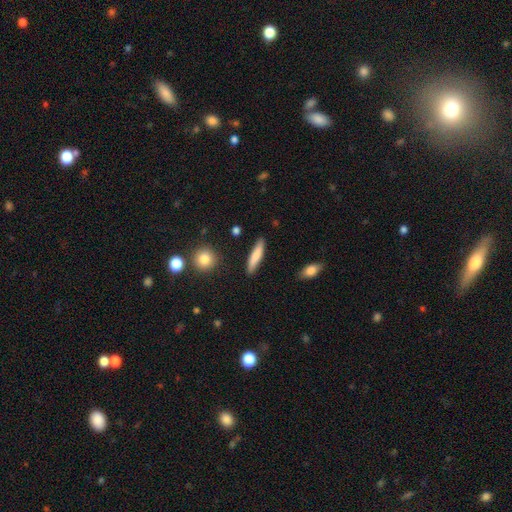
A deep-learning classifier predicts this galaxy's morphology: Smooth or featured?
  - smooth: 78% *
  - featured or disk: 16%
  - star or artifact: 6%
How rounded?
  - cigar-shaped: 81% *
  - in between: 17%
  - round: 2%
Merging?
  - none: 88% *
  - minor disturbance: 9%
  - major disturbance: 2%
  - merger: 2%